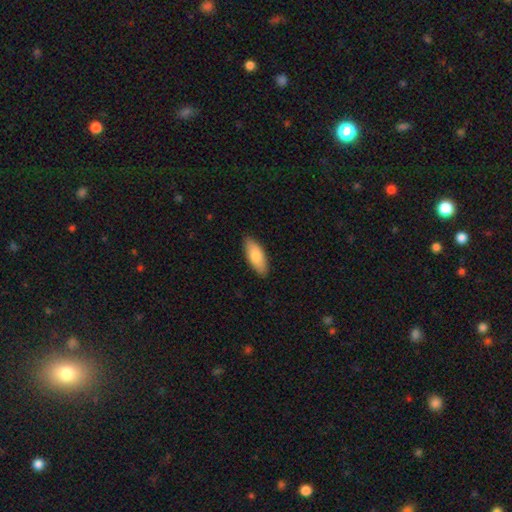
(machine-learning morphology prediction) This is clearly a smooth galaxy (81%). How rounded: likely in between (80%). Merging: clearly none (88%).